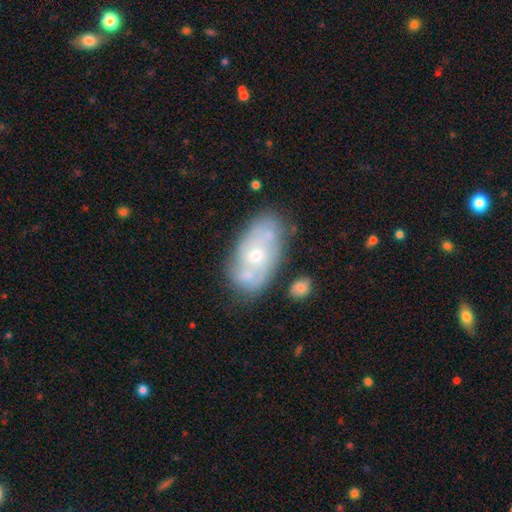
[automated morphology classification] smooth_or_featured: featured or disk (p=0.61) [alt: smooth p=0.32]
disk_edge_on: no (p=0.94) [alt: yes p=0.06]
bar: no (p=0.78) [alt: weak p=0.19]
has_spiral_arms: yes (p=0.60) [alt: no p=0.40]
bulge_size: small (p=0.50) [alt: moderate p=0.45]
merging: none (p=0.56) [alt: minor disturbance p=0.21]